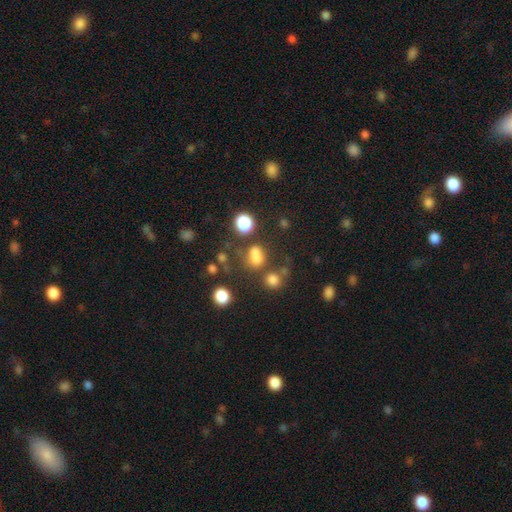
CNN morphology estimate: smooth_or_featured: smooth (p=0.71) [alt: star or artifact p=0.20]
how_rounded: in between (p=0.54) [alt: round p=0.44]
merging: none (p=0.50) [alt: merger p=0.23]